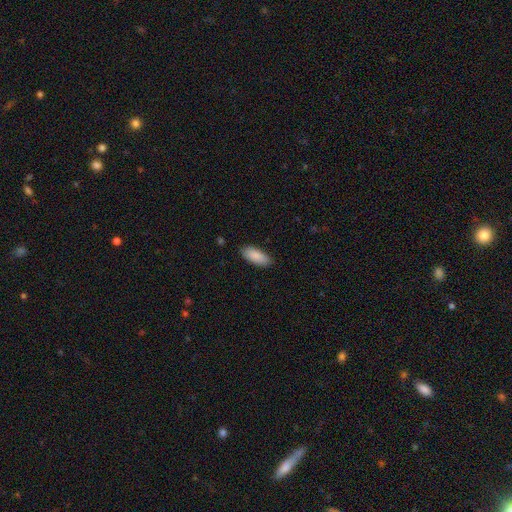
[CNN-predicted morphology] smooth_or_featured: smooth (p=0.89) [alt: star or artifact p=0.06]
how_rounded: in between (p=0.83) [alt: cigar-shaped p=0.16]
merging: none (p=0.87) [alt: minor disturbance p=0.10]